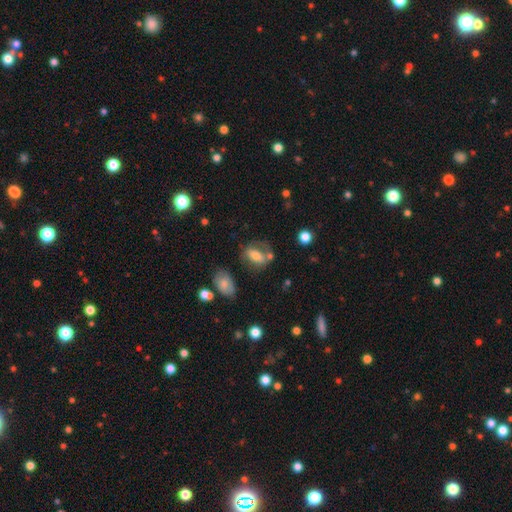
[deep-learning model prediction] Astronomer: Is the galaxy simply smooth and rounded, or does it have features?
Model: smooth — 58%.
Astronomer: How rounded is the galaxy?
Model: in between — 76%.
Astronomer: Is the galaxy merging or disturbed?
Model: none — 49%.